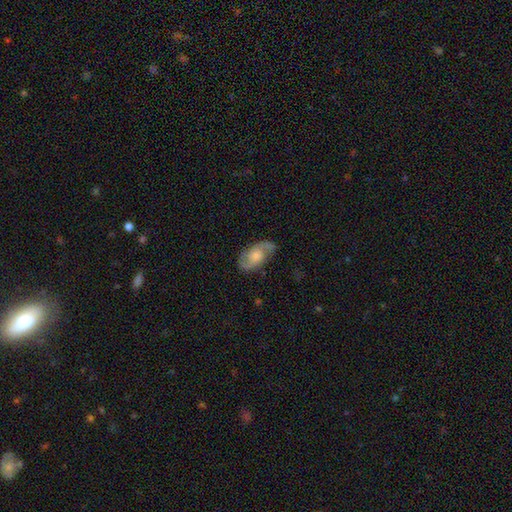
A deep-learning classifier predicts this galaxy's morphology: Q: Smooth or featured?
A: featured or disk (78%); runner-up: smooth (16%)
Q: Edge-on disk?
A: no (95%); runner-up: yes (5%)
Q: Bar?
A: no (66%); runner-up: weak (29%)
Q: Spiral arms?
A: yes (94%); runner-up: no (6%)
Q: Spiral winding?
A: medium (51%); runner-up: tight (25%)
Q: Spiral arm count?
A: 2 (89%); runner-up: can't tell (6%)
Q: Bulge size?
A: moderate (49%); runner-up: small (24%)
Q: Merging?
A: none (79%); runner-up: minor disturbance (15%)